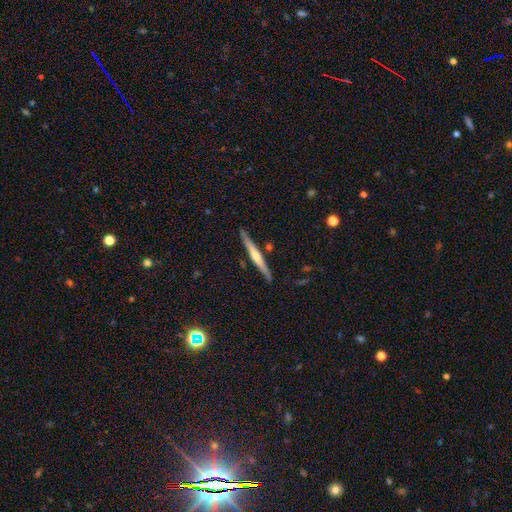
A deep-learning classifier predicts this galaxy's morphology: Smooth or featured: featured or disk — 65% (smooth — 29%)
Edge-on disk: yes — 97% (no — 3%)
Edge-on bulge: rounded — 71% (none — 23%)
Merging: none — 88% (minor disturbance — 8%)